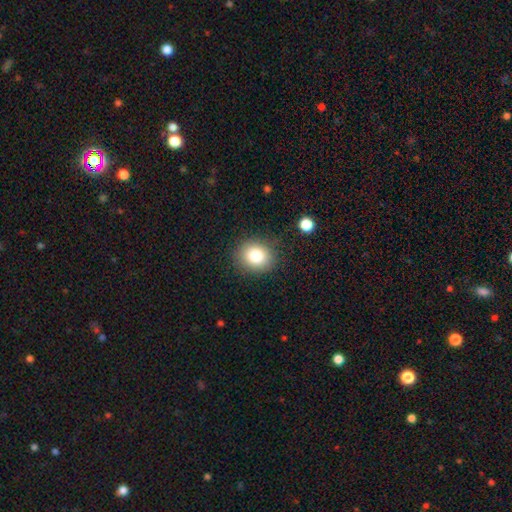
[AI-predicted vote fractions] Smooth or featured? Predicted: smooth (p=0.84). How rounded? Predicted: round (p=0.71). Merging? Predicted: none (p=0.85).